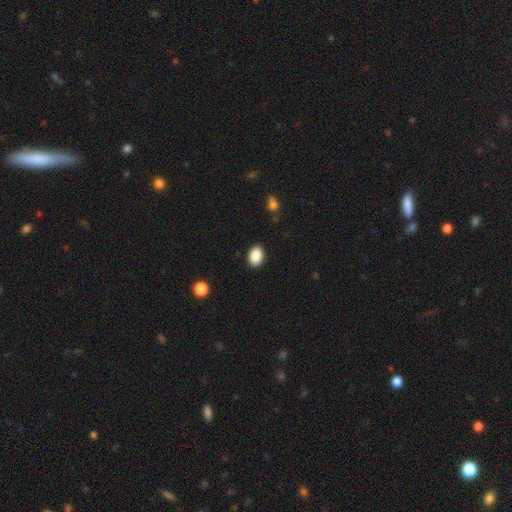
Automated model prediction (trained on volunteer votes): smooth-or-featured: smooth: 90% | star or artifact: 8% | featured or disk: 3%
  how-rounded: in between: 83% | round: 16% | cigar-shaped: 1%
  merging: none: 89% | minor disturbance: 8% | major disturbance: 2% | merger: 1%